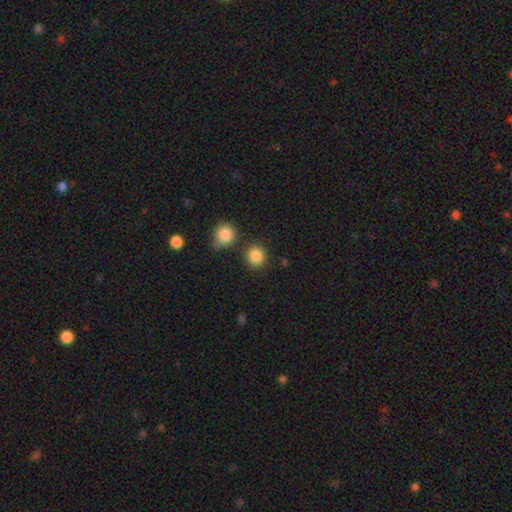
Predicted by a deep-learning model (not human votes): This appears to be a smooth galaxy with no disk features (86%) that is round (87%). Merging: none (80%).